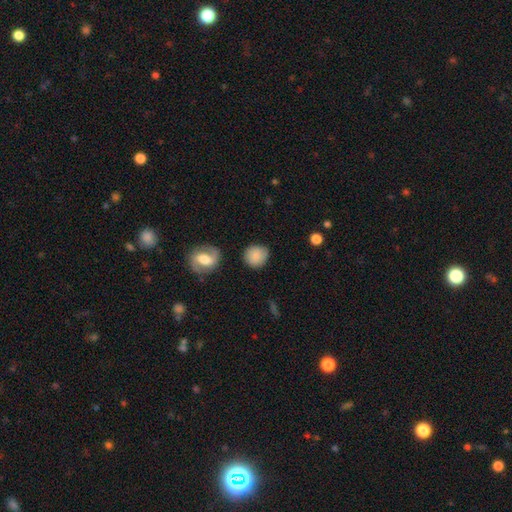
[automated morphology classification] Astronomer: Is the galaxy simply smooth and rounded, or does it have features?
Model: smooth — 80%.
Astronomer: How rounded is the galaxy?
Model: round — 86%.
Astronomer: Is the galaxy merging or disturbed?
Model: none — 82%.